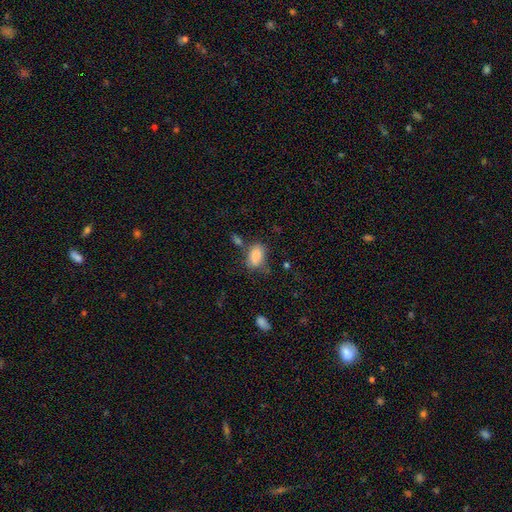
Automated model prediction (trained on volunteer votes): This is clearly a smooth galaxy (84%). How rounded: clearly in between (86%). Merging: possibly none (57%).